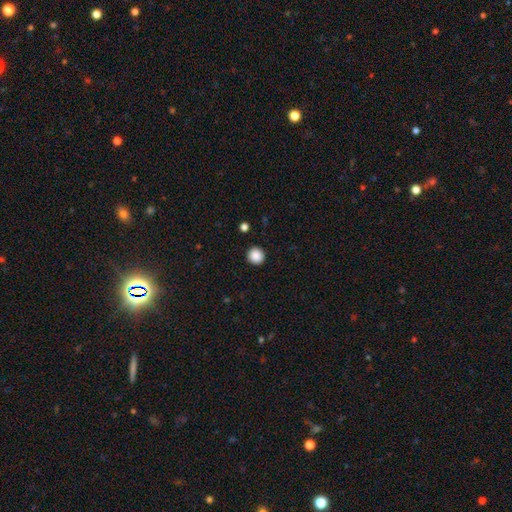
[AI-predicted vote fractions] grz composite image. It shows a smooth galaxy with no disk features (88%) that is round (94%). Merging: none (93%).